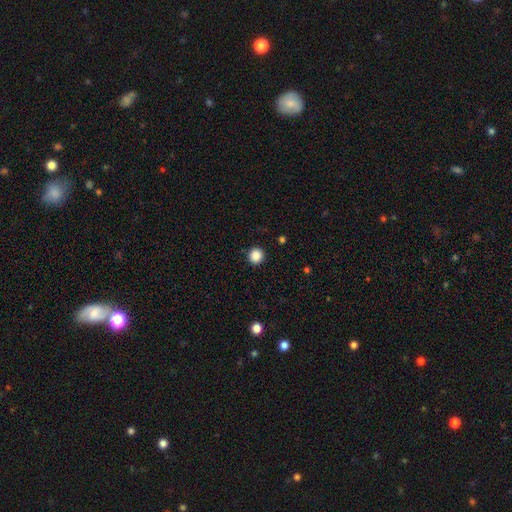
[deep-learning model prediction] smooth_or_featured: smooth (p=0.86) [alt: star or artifact p=0.11]
how_rounded: round (p=0.94) [alt: in between p=0.05]
merging: none (p=0.92) [alt: minor disturbance p=0.05]